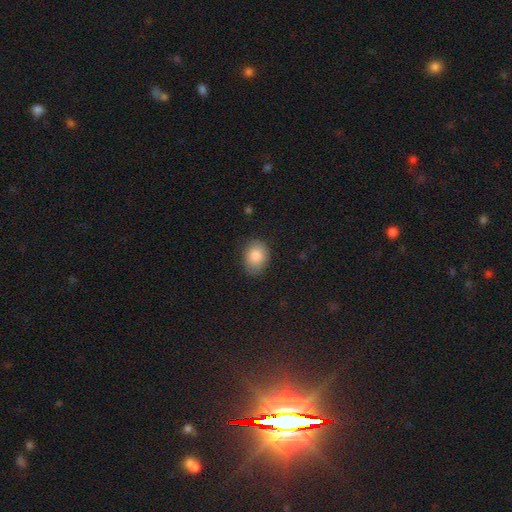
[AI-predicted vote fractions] Smooth or featured: smooth — 86% (star or artifact — 8%)
How rounded: in between — 64% (round — 35%)
Merging: none — 79% (minor disturbance — 17%)